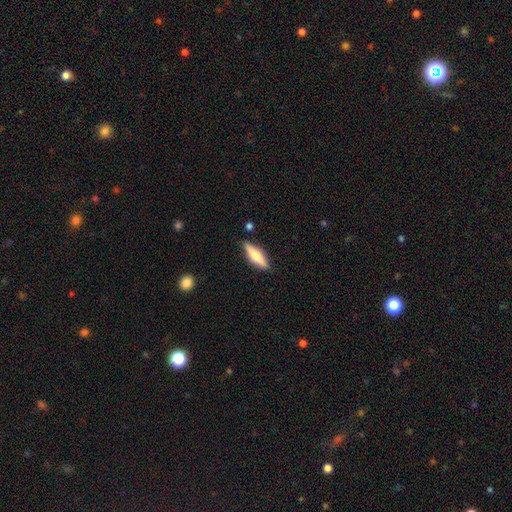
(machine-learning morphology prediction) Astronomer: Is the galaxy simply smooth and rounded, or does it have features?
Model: smooth — 56% (runner-up: featured or disk, 38%).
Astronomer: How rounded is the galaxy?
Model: cigar-shaped — 58% (runner-up: in between, 40%).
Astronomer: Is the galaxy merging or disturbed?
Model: none — 85%.